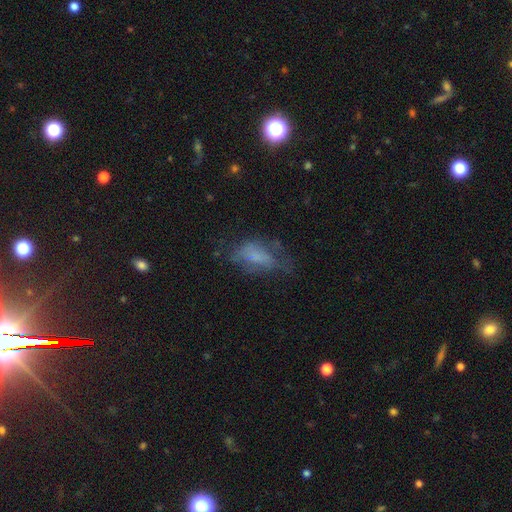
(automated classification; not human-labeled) smooth 54%, featured or disk 33%, star or artifact 13%. Down the decision tree: how rounded — in between (86%); merging — none (38%).